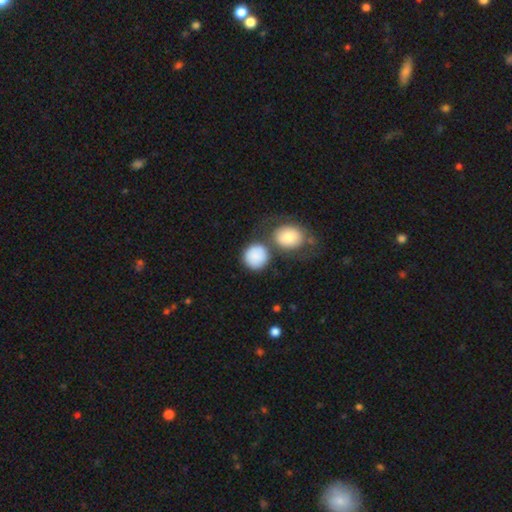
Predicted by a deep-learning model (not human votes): smooth_or_featured: smooth (p=0.86) [alt: featured or disk p=0.07]
how_rounded: round (p=0.86) [alt: in between p=0.13]
merging: none (p=0.55) [alt: merger p=0.24]